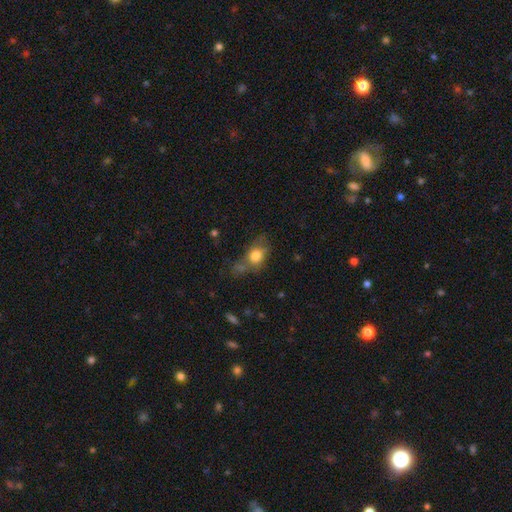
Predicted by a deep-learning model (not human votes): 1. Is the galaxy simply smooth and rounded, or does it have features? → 74% smooth, 17% featured or disk, 9% star or artifact.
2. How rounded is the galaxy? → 69% in between, 28% round, 4% cigar-shaped.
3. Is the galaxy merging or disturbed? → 41% none, 26% minor disturbance, 19% major disturbance, 14% merger.